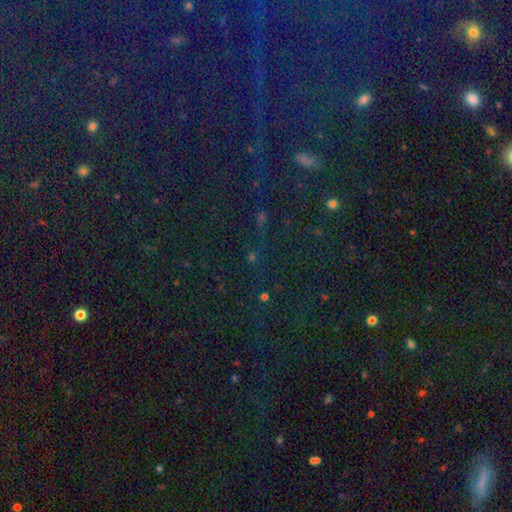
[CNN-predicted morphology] type=star or artifact (80%).